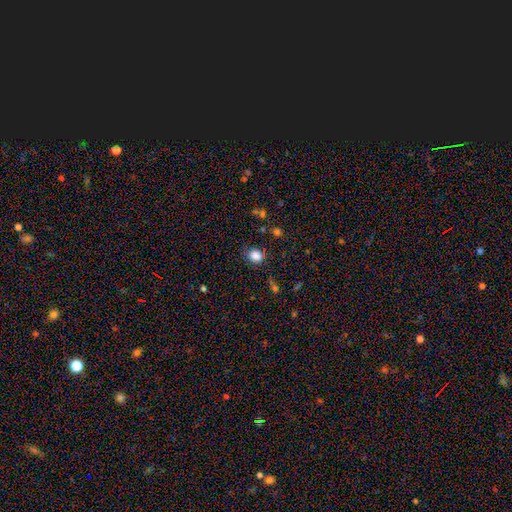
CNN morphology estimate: Smooth or featured?
  - smooth: 82% *
  - star or artifact: 13%
  - featured or disk: 5%
How rounded?
  - round: 67% *
  - in between: 32%
  - cigar-shaped: 1%
Merging?
  - none: 81% *
  - minor disturbance: 13%
  - major disturbance: 4%
  - merger: 3%